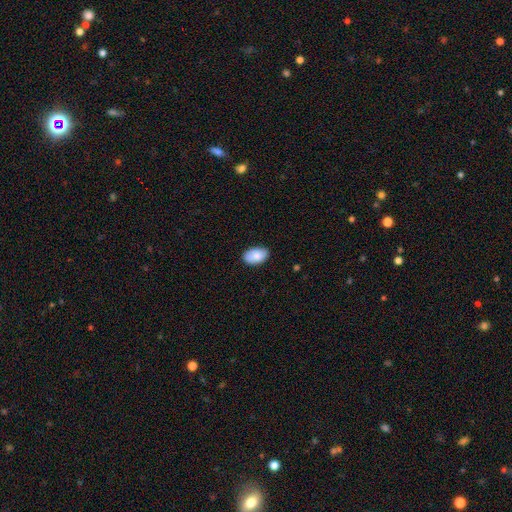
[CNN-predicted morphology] The model was most divided on "merging": none: 82%, minor disturbance: 15%, major disturbance: 2%, merger: 1%. More confident: how rounded — in between (93%); smooth or featured — smooth (84%).